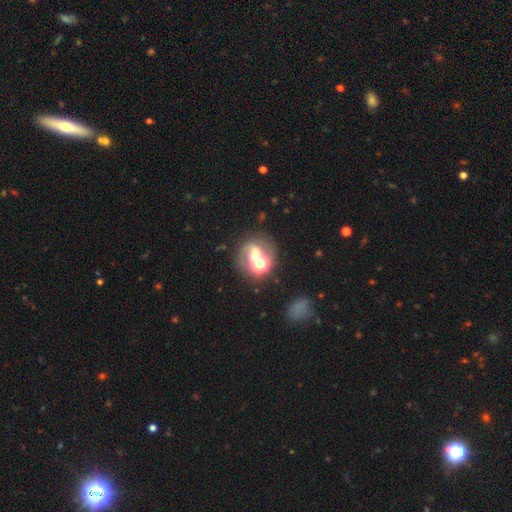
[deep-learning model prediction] Smooth or featured? featured or disk (41%)
Merging? none (41%)